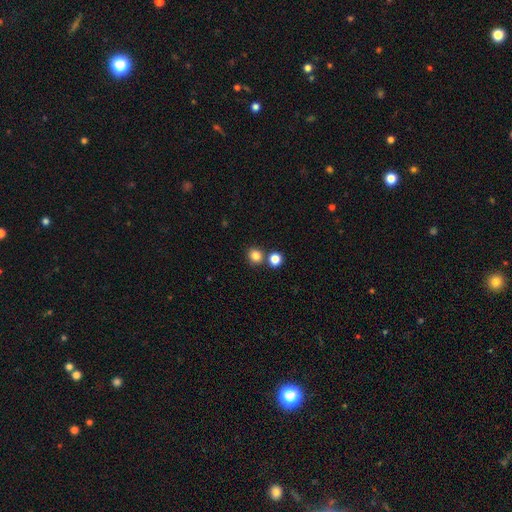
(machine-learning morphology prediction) Smooth or featured? Predicted: smooth (p=0.82). How rounded? Predicted: round (p=0.85). Merging? Predicted: none (p=0.72).